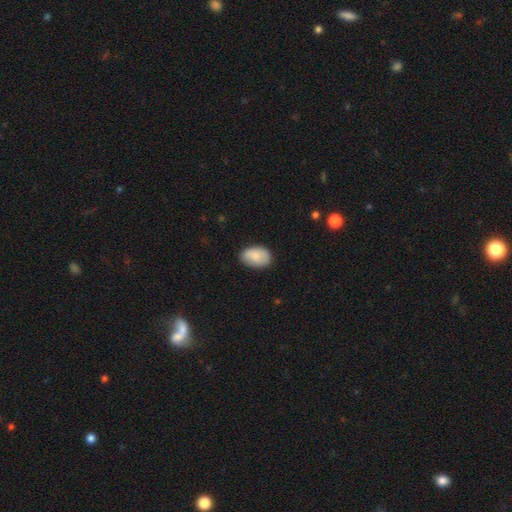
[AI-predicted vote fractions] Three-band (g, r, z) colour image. It shows a smooth galaxy with no disk features (83%) that is in between round and cigar-shaped (88%). Merging: none (79%).